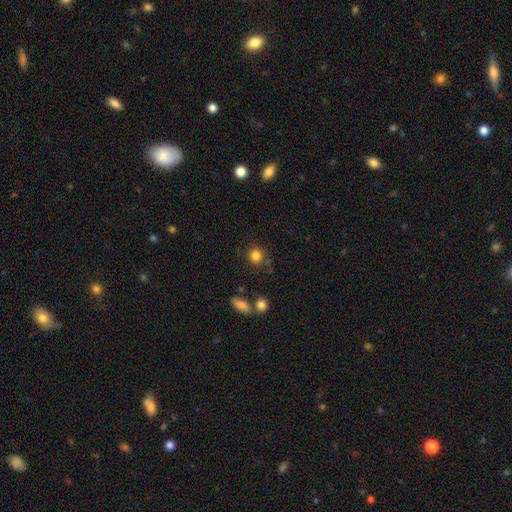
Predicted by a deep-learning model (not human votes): A smooth galaxy with no disk features (84%) that is round (90%). Merging: none (82%).